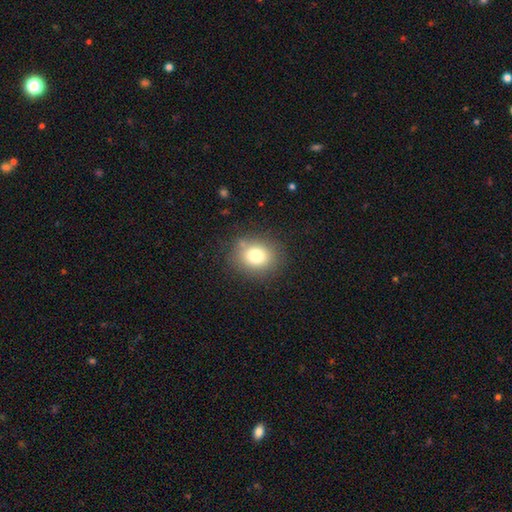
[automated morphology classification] smooth-or-featured: smooth: 79% | star or artifact: 12% | featured or disk: 9%
  how-rounded: round: 68% | in between: 31% | cigar-shaped: 1%
  merging: none: 83% | minor disturbance: 11% | major disturbance: 4% | merger: 2%